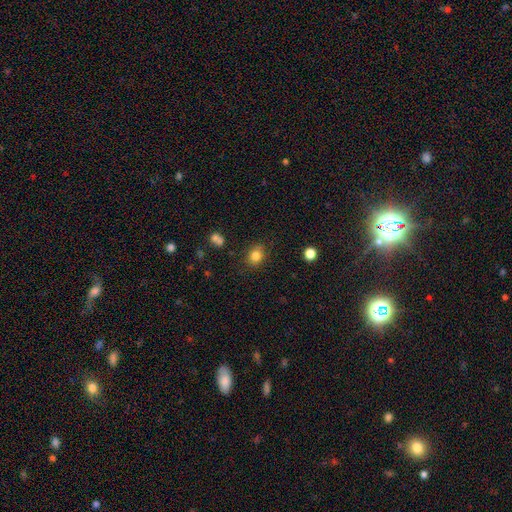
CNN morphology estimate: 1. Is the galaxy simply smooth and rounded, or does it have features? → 82% smooth, 11% star or artifact, 7% featured or disk.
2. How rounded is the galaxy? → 55% round, 44% in between, 1% cigar-shaped.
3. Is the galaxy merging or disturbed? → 82% none, 12% minor disturbance, 3% major disturbance, 3% merger.